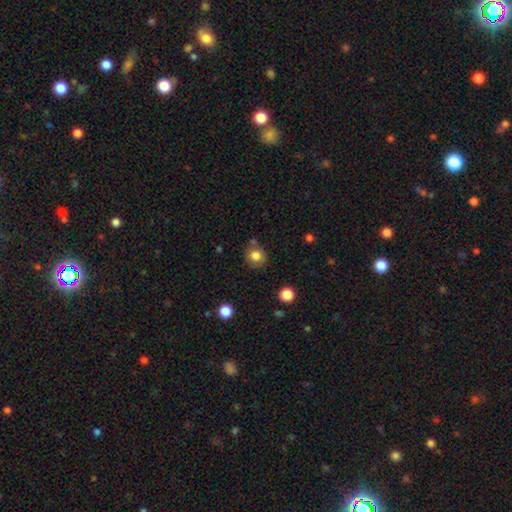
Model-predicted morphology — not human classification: smooth-or-featured: smooth: 82% | star or artifact: 11% | featured or disk: 7%
  how-rounded: round: 86% | in between: 13% | cigar-shaped: 1%
  merging: none: 74% | minor disturbance: 13% | merger: 9% | major disturbance: 4%